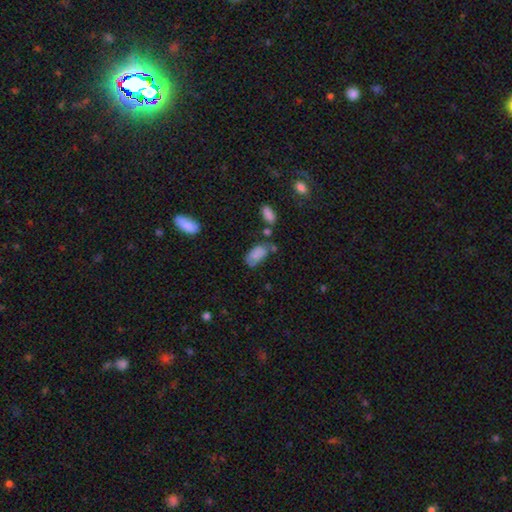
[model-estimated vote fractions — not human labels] Smooth or featured? smooth (80%)
How rounded? in between (93%)
Merging? none (49%)